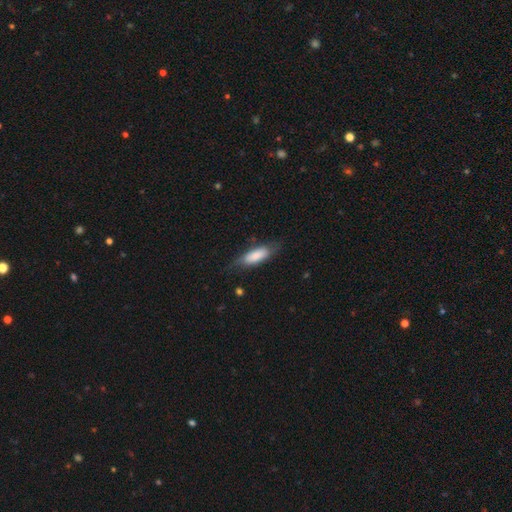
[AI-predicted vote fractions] This appears to be a smooth galaxy with no disk features (77%) that is in between round and cigar-shaped (65%). Merging: none (64%).